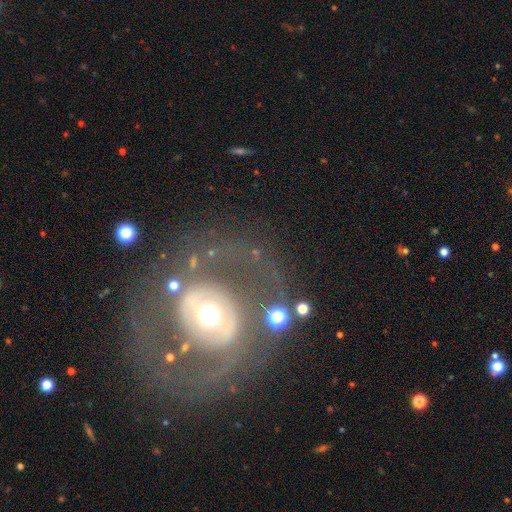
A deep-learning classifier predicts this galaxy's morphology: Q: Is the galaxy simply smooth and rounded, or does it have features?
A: featured or disk — 71%.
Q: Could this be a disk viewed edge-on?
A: no — 96%.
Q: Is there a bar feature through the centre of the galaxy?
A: no — 61%.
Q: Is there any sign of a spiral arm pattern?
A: no — 51%.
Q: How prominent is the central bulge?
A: moderate — 59%.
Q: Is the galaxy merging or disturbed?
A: none — 72%.